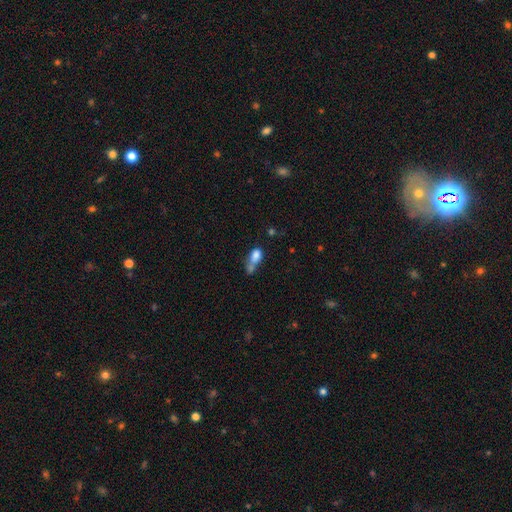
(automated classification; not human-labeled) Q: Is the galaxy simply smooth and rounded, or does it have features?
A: smooth — 74%.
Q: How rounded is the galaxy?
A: in between — 76%.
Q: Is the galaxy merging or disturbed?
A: merger — 55%.